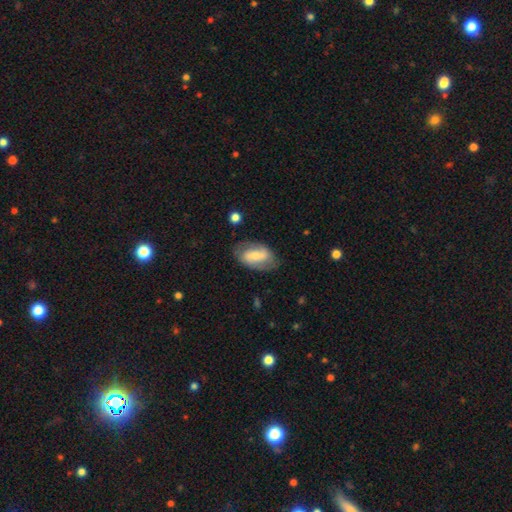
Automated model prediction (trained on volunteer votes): Smooth or featured? featured or disk (52%)
Edge-on disk? no (94%)
Merging? none (73%)